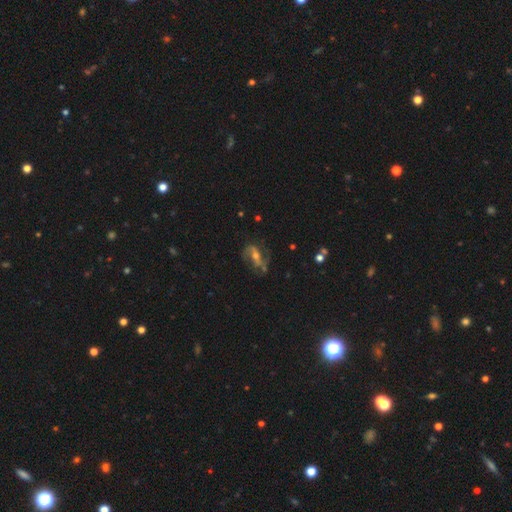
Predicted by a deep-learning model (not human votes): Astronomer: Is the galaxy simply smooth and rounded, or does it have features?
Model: featured or disk — 76%.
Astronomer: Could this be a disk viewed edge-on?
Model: no — 92%.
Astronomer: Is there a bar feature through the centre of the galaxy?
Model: weak — 37% (runner-up: strong, 34%).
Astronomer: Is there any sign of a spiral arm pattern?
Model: yes — 89%.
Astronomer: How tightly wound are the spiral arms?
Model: loose — 48% (runner-up: medium, 37%).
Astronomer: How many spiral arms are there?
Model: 2 — 82%.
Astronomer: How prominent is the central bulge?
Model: moderate — 52% (runner-up: small, 39%).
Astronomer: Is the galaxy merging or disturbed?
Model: none — 65%.